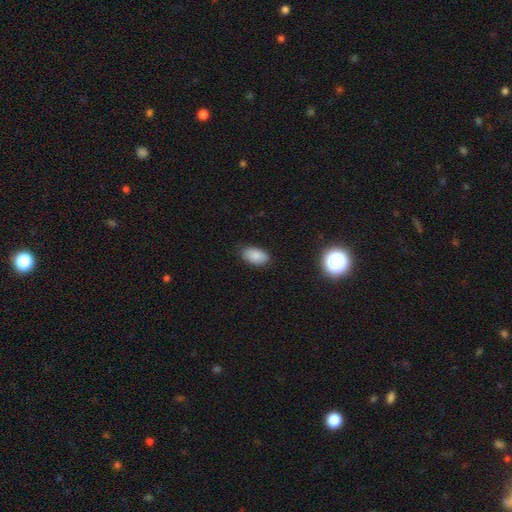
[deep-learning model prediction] Smooth or featured? Predicted: smooth (p=0.86). How rounded? Predicted: in between (p=0.93). Merging? Predicted: none (p=0.83).